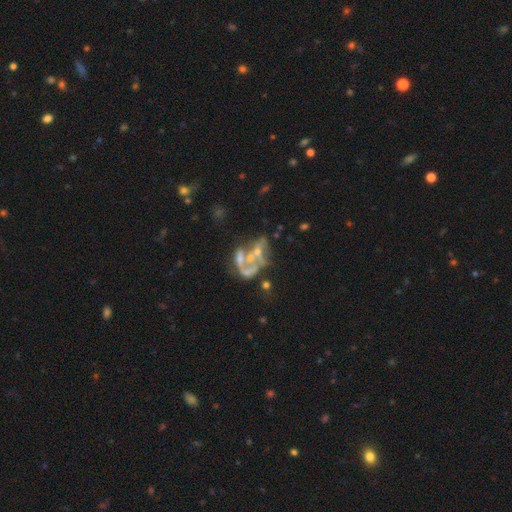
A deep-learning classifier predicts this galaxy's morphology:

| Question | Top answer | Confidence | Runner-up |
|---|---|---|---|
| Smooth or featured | featured or disk | 65% | star or artifact (18%) |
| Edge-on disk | no | 97% | yes (3%) |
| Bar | no | 86% | weak (10%) |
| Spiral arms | no | 81% | yes (19%) |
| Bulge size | none | 53% | small (24%) |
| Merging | merger | 41% | major disturbance (27%) |